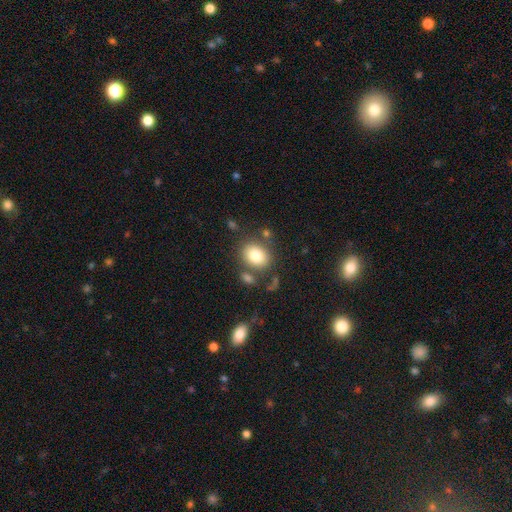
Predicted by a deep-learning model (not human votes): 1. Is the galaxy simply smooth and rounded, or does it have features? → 81% smooth, 10% featured or disk, 9% star or artifact.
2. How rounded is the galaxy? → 54% in between, 45% round, 1% cigar-shaped.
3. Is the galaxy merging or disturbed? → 72% none, 13% minor disturbance, 9% merger, 5% major disturbance.